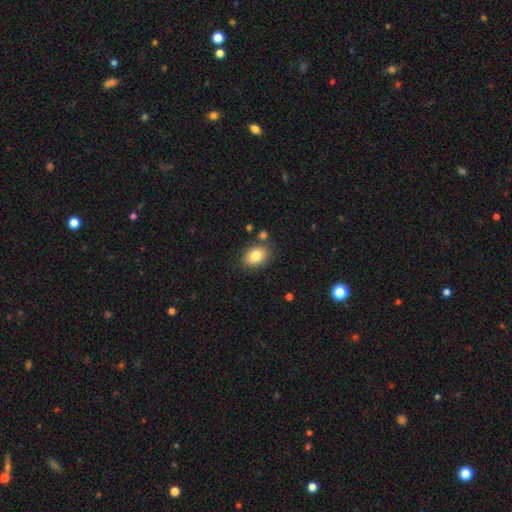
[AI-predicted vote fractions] smooth-or-featured: smooth: 84% | star or artifact: 8% | featured or disk: 8%
  how-rounded: in between: 75% | round: 24% | cigar-shaped: 1%
  merging: none: 79% | minor disturbance: 12% | merger: 6% | major disturbance: 3%